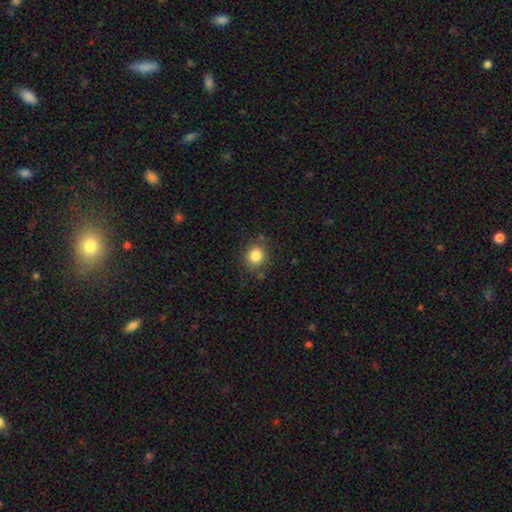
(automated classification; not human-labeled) smooth 83%, star or artifact 11%, featured or disk 6%. Down the decision tree: how rounded — round (84%); merging — none (81%).